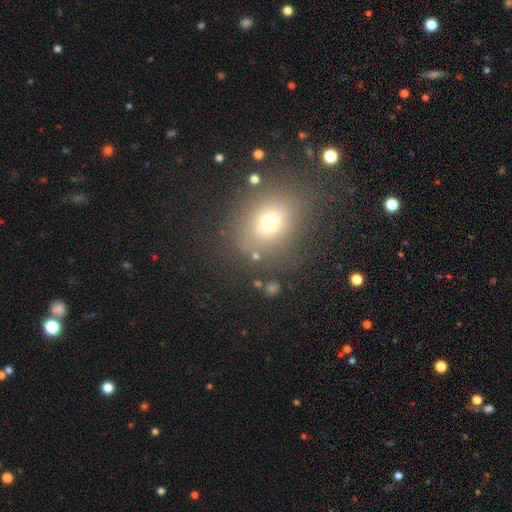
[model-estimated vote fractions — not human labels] This is likely a smooth galaxy (66%). How rounded: likely round (64%). Merging: likely none (77%).